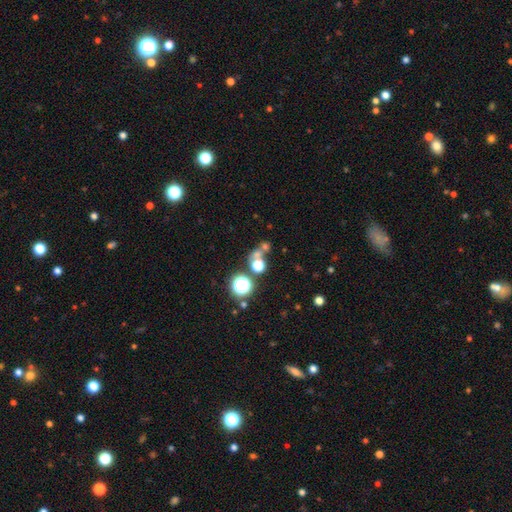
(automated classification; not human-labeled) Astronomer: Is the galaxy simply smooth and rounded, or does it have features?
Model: smooth — 48% (runner-up: star or artifact, 40%).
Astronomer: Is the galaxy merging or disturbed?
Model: none — 53% (runner-up: merger, 34%).